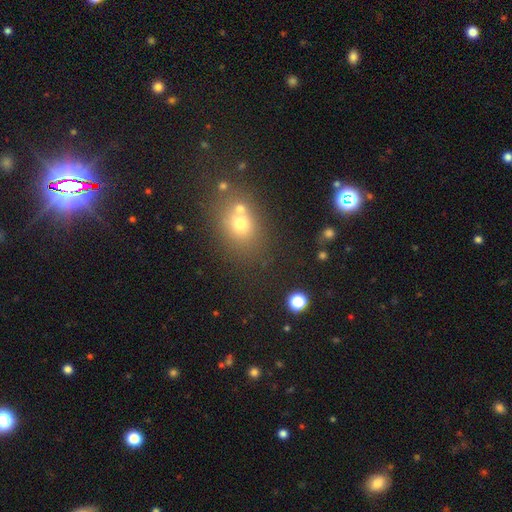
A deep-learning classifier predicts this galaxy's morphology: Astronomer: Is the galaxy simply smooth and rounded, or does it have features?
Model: smooth — 50% (runner-up: star or artifact, 39%).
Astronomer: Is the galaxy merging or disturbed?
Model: none — 69%.